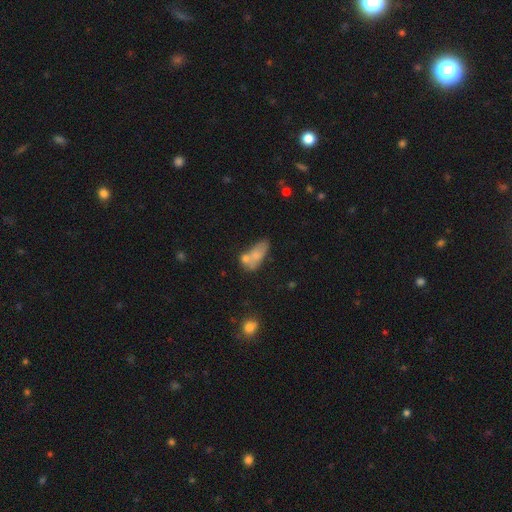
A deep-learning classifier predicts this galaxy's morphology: Smooth or featured: smooth — 68% (featured or disk — 22%)
How rounded: in between — 82% (cigar-shaped — 12%)
Merging: merger — 38% (none — 31%)